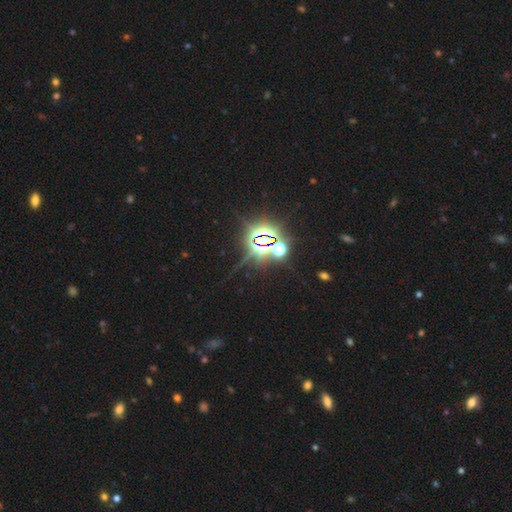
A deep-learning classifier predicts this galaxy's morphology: Q: Smooth or featured?
A: star or artifact (83%); runner-up: smooth (9%)